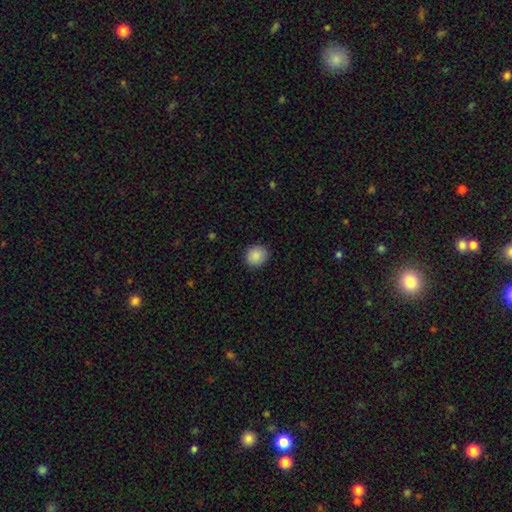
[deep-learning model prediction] smooth_or_featured: smooth (p=0.89) [alt: star or artifact p=0.08]
how_rounded: round (p=0.82) [alt: in between p=0.17]
merging: none (p=0.90) [alt: minor disturbance p=0.07]